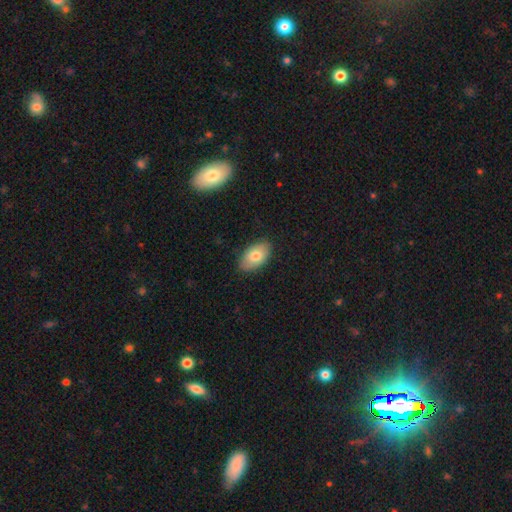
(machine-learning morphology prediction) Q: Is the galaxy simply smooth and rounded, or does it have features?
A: smooth — 77%.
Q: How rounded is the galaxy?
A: in between — 93%.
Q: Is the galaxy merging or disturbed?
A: none — 86%.